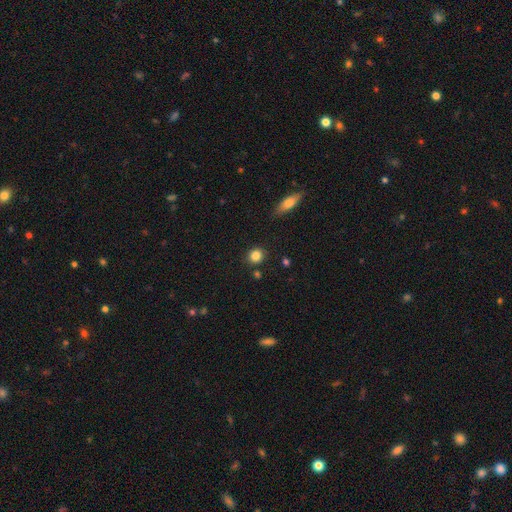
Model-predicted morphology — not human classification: Overall: smooth (85%). How rounded: round (82%). Merging: none (85%).